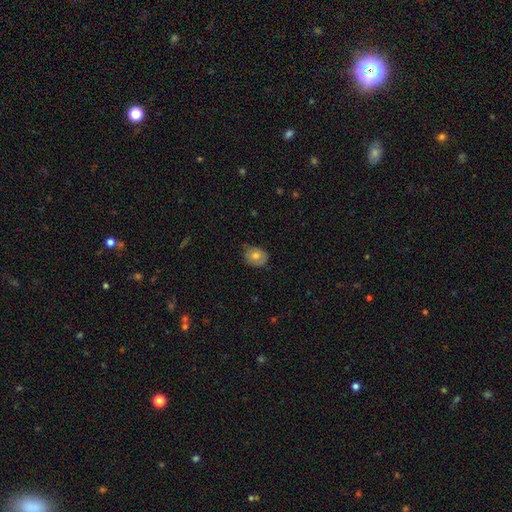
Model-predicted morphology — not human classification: smooth-or-featured: smooth: 74% | featured or disk: 17% | star or artifact: 9%
  how-rounded: in between: 51% | round: 48% | cigar-shaped: 1%
  merging: none: 70% | minor disturbance: 25% | major disturbance: 4% | merger: 1%